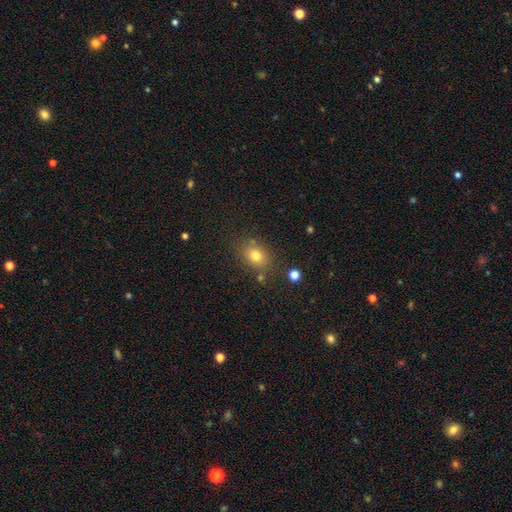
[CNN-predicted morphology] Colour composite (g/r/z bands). It shows a smooth galaxy with no disk features (77%) that is in between round and cigar-shaped (54%). Merging: none (78%).